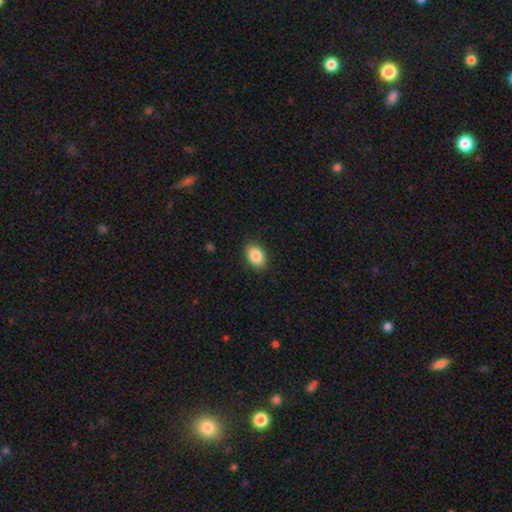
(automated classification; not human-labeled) smooth-or-featured: smooth: 87% | star or artifact: 7% | featured or disk: 5%
  how-rounded: in between: 86% | round: 12% | cigar-shaped: 1%
  merging: none: 88% | minor disturbance: 8% | major disturbance: 2% | merger: 1%